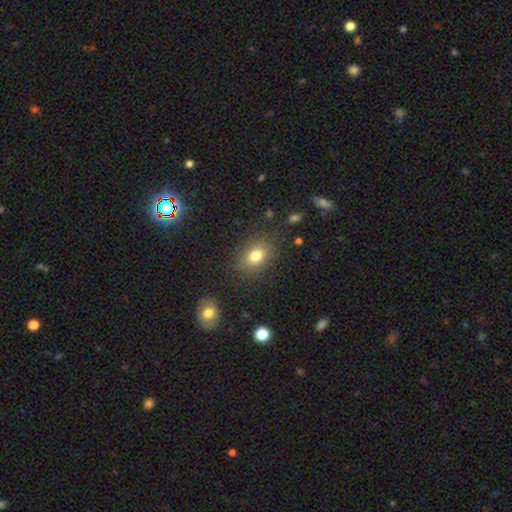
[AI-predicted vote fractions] Smooth or featured? smooth (78%)
How rounded? in between (66%)
Merging? none (81%)